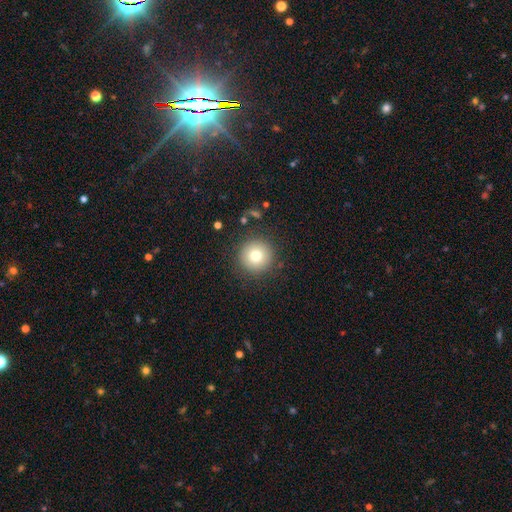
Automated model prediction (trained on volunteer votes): smooth-or-featured: smooth: 77% | star or artifact: 12% | featured or disk: 12%
  how-rounded: round: 95% | in between: 4% | cigar-shaped: 1%
  merging: none: 88% | minor disturbance: 7% | major disturbance: 3% | merger: 2%